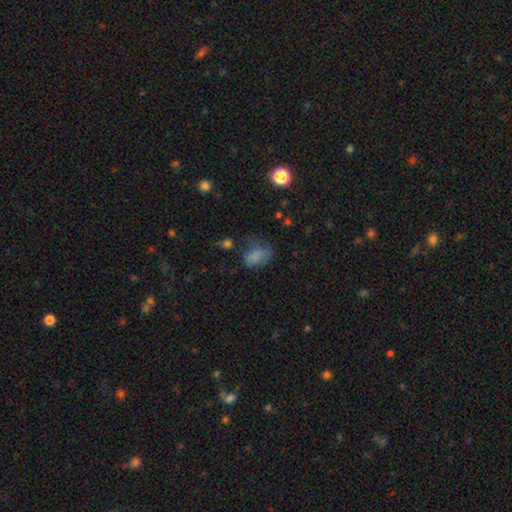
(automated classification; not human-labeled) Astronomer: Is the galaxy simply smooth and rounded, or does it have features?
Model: smooth — 77%.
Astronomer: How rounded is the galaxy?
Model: in between — 82%.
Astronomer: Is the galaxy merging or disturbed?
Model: none — 43% (runner-up: minor disturbance, 32%).